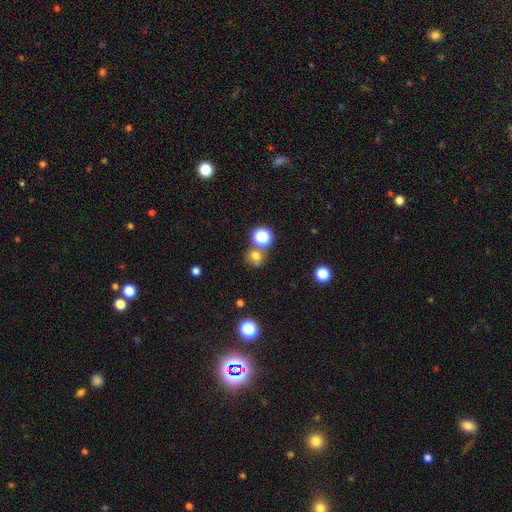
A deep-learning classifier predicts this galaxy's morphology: Q: Smooth or featured?
A: smooth (66%); runner-up: star or artifact (24%)
Q: How rounded?
A: round (82%); runner-up: in between (17%)
Q: Merging?
A: none (62%); runner-up: merger (22%)